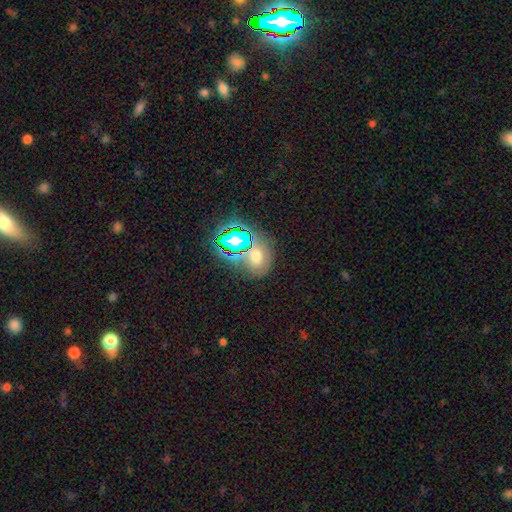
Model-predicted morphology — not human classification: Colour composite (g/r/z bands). It shows a smooth galaxy with no disk features (50%). Merging: none (64%).